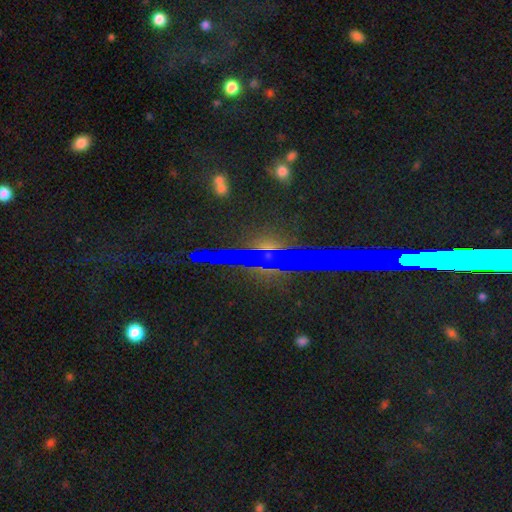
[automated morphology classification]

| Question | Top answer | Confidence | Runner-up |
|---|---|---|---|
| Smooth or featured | star or artifact | 55% | featured or disk (33%) |